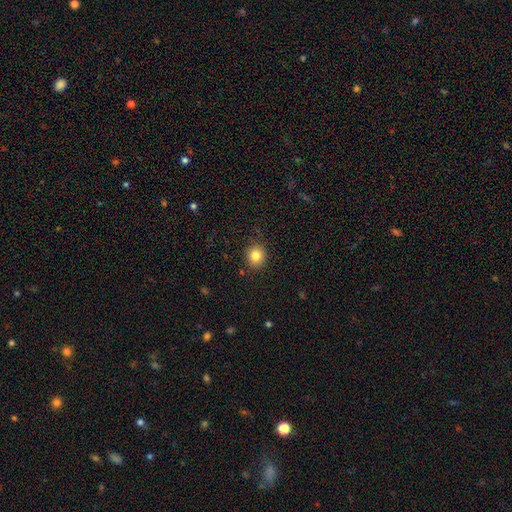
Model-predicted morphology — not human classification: Smooth or featured? smooth (83%)
How rounded? round (84%)
Merging? none (87%)